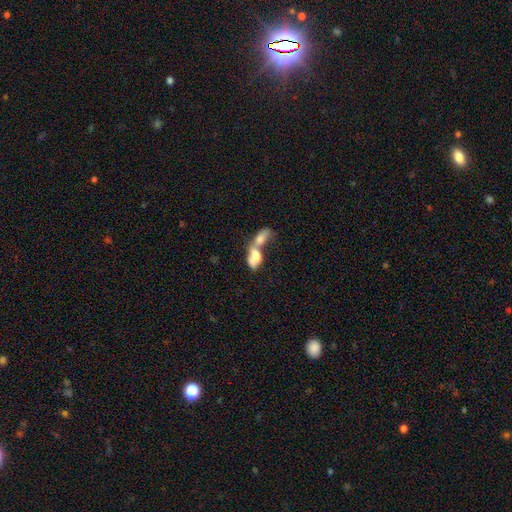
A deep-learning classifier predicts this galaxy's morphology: type=smooth (62%); roundness=in between (84%); merging=merger (81%).